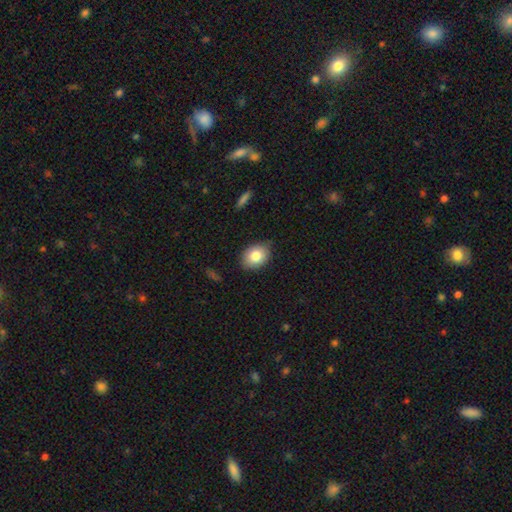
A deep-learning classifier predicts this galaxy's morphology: smooth-or-featured: smooth: 81% | featured or disk: 11% | star or artifact: 8%
  how-rounded: in between: 63% | round: 36% | cigar-shaped: 1%
  merging: none: 80% | minor disturbance: 16% | major disturbance: 3% | merger: 1%